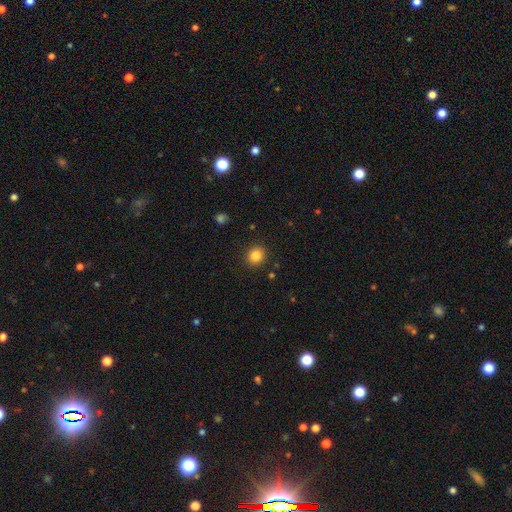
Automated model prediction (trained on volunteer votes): Smooth or featured? smooth (84%)
How rounded? round (77%)
Merging? none (90%)